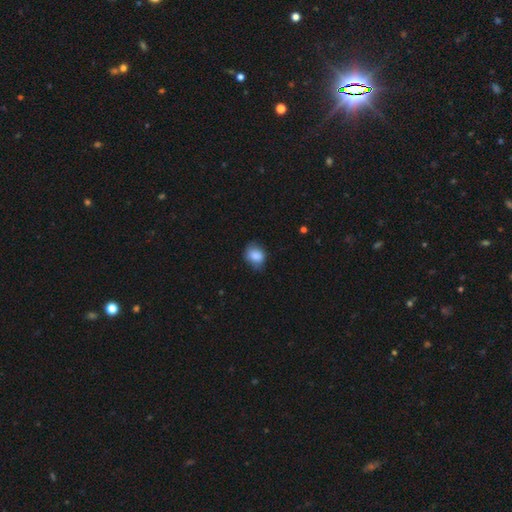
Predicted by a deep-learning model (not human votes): Smooth or featured? smooth (84%)
How rounded? round (50%)
Merging? none (62%)